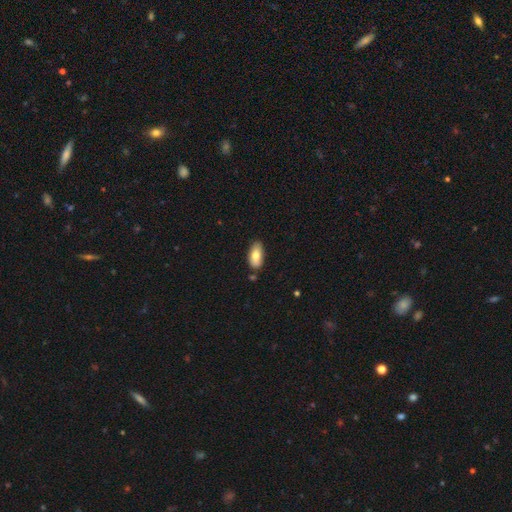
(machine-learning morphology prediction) The model was most divided on "smooth or featured": smooth: 77%, featured or disk: 17%, star or artifact: 7%. More confident: how rounded — in between (90%); merging — none (78%).